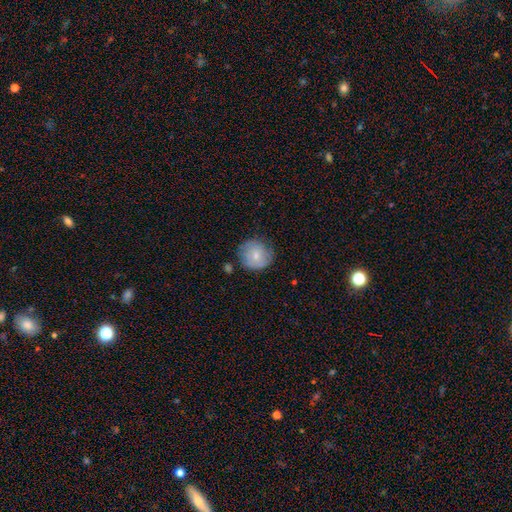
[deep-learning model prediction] A smooth galaxy with no disk features (64%) that is round (90%).

Vote fractions:
- Smooth or featured? smooth: 64% / featured or disk: 29% / star or artifact: 7%
- How rounded? round: 90% / in between: 10% / cigar-shaped: 1%
- Merging? none: 71% / minor disturbance: 21% / major disturbance: 6% / merger: 3%